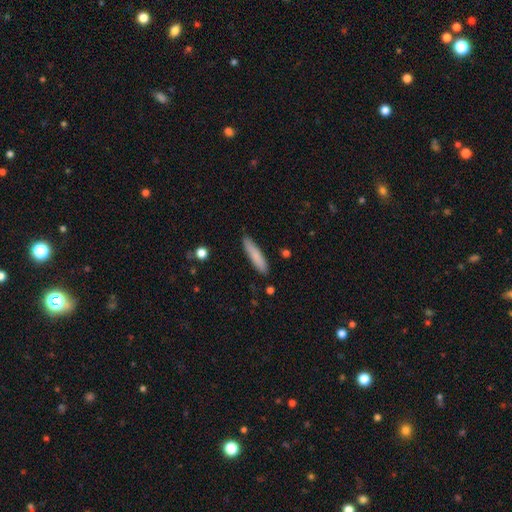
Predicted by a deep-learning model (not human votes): Overall: smooth (82%). How rounded: cigar-shaped (86%). Merging: none (85%).